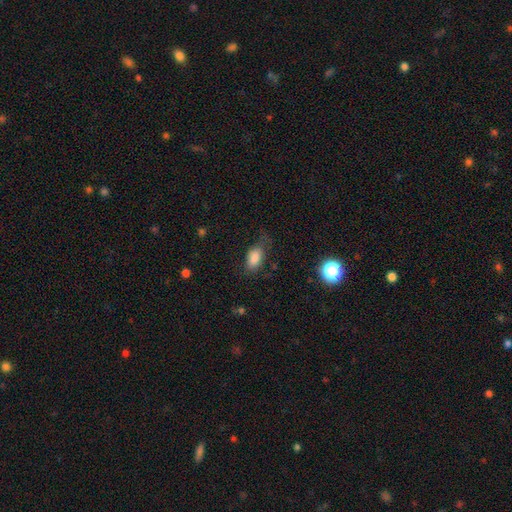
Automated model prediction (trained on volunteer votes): Smooth or featured?
  - smooth: 81% *
  - star or artifact: 10%
  - featured or disk: 9%
How rounded?
  - in between: 90% *
  - round: 6%
  - cigar-shaped: 4%
Merging?
  - none: 58% *
  - minor disturbance: 27%
  - major disturbance: 13%
  - merger: 2%